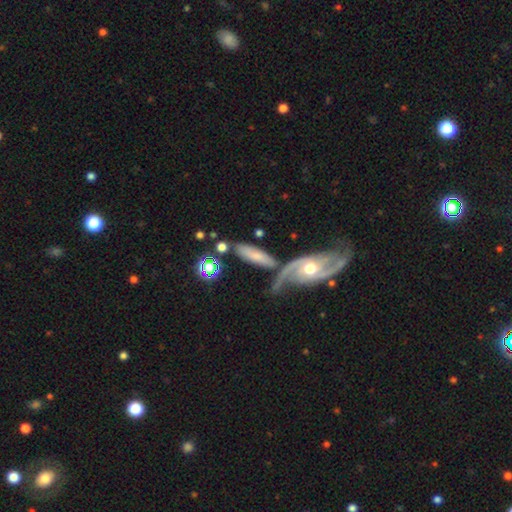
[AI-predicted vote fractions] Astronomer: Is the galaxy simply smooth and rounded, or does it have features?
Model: smooth — 49% (runner-up: featured or disk, 42%).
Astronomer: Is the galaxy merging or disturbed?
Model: none — 51%.